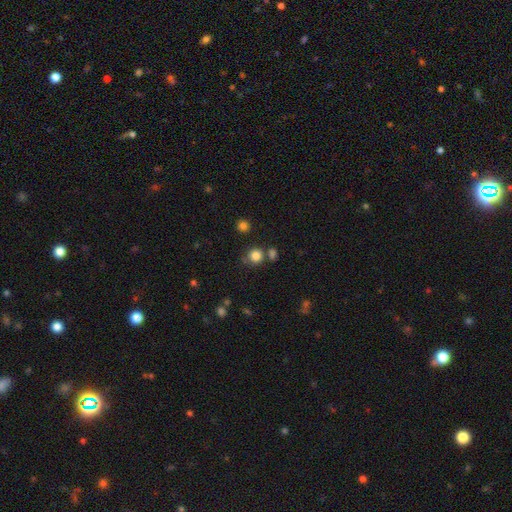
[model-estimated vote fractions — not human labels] Q: Smooth or featured?
A: smooth (82%); runner-up: star or artifact (13%)
Q: How rounded?
A: round (89%); runner-up: in between (10%)
Q: Merging?
A: none (70%); runner-up: merger (14%)